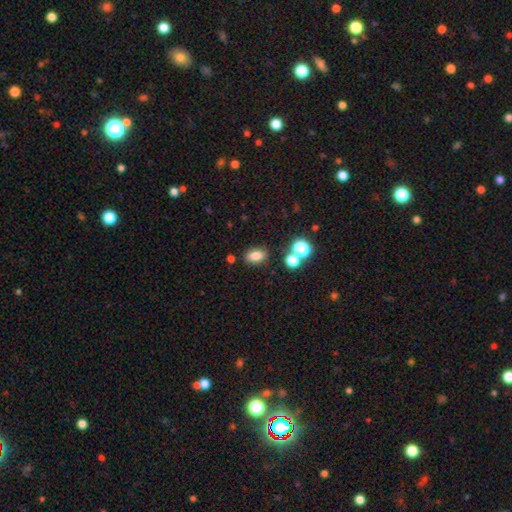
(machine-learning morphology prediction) Smooth or featured: smooth — 79% (star or artifact — 13%)
How rounded: in between — 82% (round — 15%)
Merging: none — 82% (minor disturbance — 9%)